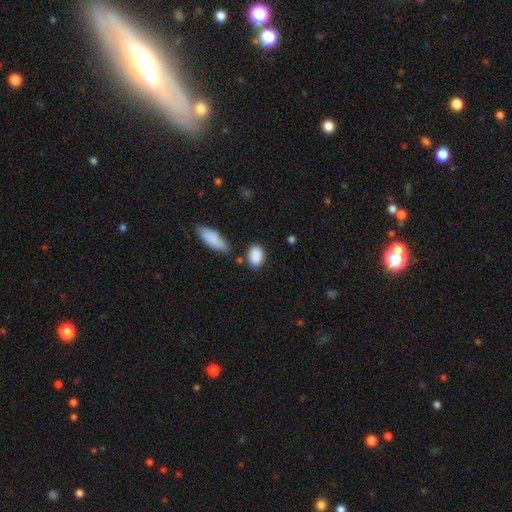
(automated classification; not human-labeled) A smooth galaxy with no disk features (89%) that is in between round and cigar-shaped (84%). Merging: none (73%).